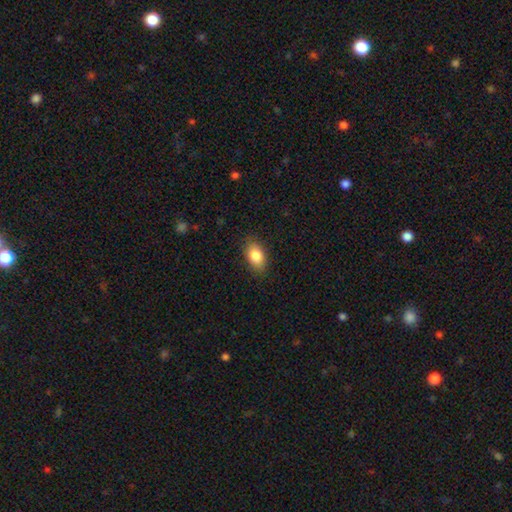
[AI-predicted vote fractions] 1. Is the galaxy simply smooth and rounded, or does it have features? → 84% smooth, 8% featured or disk, 8% star or artifact.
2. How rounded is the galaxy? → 89% in between, 8% round, 2% cigar-shaped.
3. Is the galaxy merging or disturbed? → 86% none, 11% minor disturbance, 2% major disturbance, 1% merger.